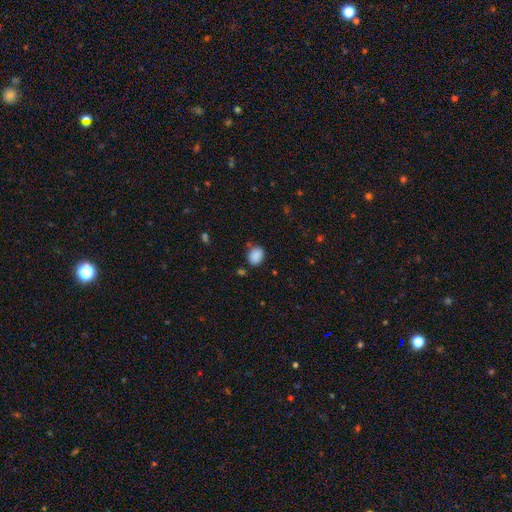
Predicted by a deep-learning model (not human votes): The model was most divided on "how rounded": in between: 55%, round: 44%, cigar-shaped: 1%. More confident: smooth or featured — smooth (88%); merging — none (74%).